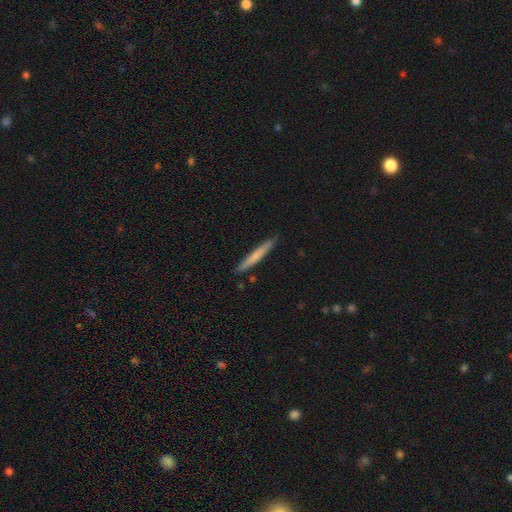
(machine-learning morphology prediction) Smooth or featured? smooth (66%)
How rounded? cigar-shaped (96%)
Merging? none (89%)